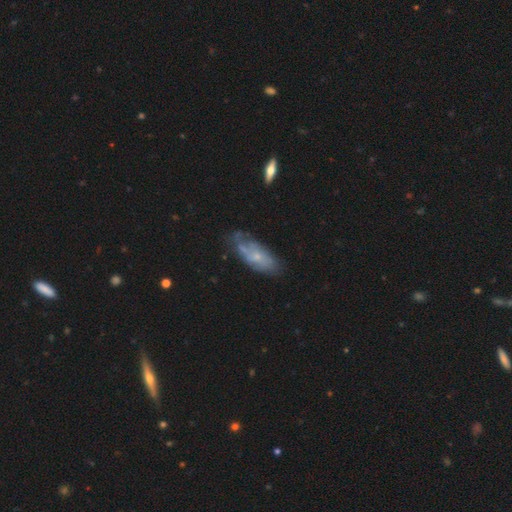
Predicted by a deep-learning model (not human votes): Smooth or featured? Predicted: featured or disk (p=0.50). Edge-on disk? Predicted: no (p=0.87). Merging? Predicted: none (p=0.48).